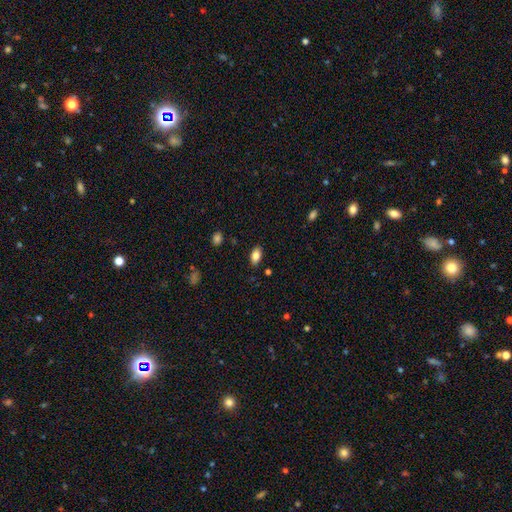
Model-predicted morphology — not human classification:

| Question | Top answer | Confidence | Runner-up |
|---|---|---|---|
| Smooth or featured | smooth | 83% | star or artifact (8%) |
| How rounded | in between | 91% | round (6%) |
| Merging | none | 86% | minor disturbance (10%) |